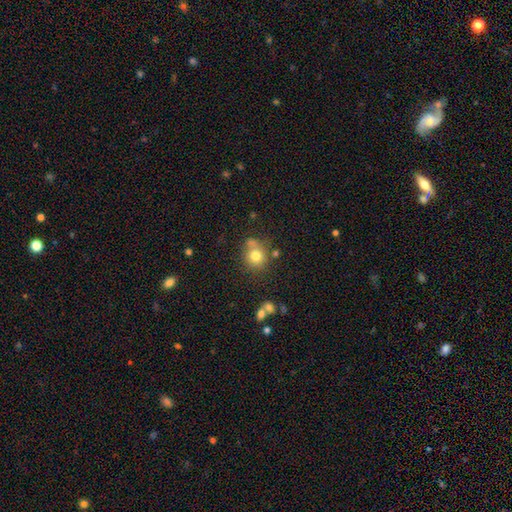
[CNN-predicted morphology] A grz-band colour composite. It shows a smooth galaxy with no disk features (77%) that is round (83%). Merging: none (64%).